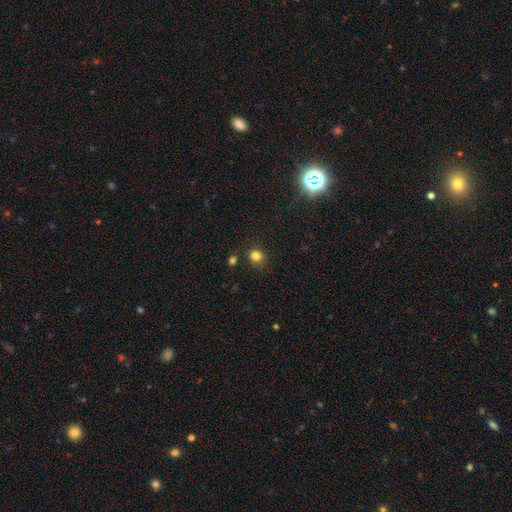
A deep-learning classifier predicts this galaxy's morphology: Overall: smooth (81%). How rounded: round (81%). Merging: none (80%).